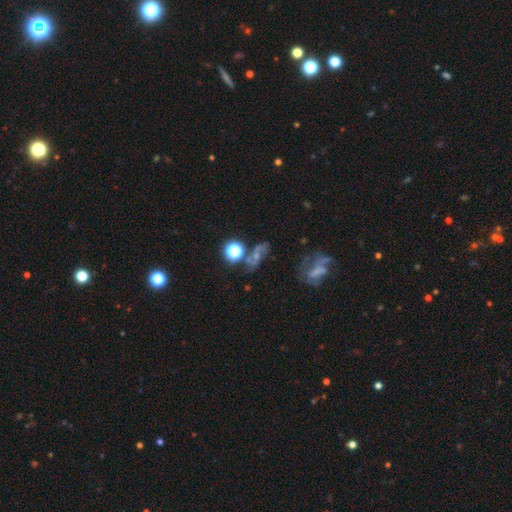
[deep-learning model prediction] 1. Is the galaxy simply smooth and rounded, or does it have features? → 36% star or artifact, 32% smooth, 32% featured or disk.